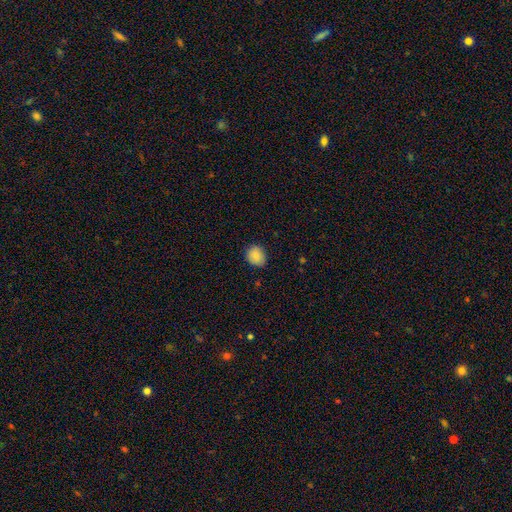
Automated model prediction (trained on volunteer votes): Morphology: type=smooth (86%); roundness=round (71%); merging=none (80%).